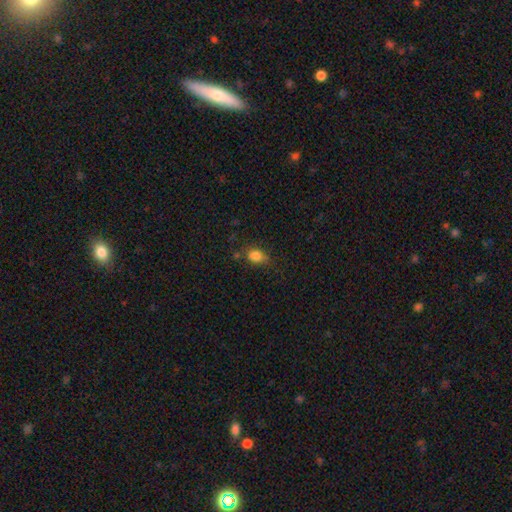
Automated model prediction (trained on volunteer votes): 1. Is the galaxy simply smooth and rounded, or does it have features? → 81% smooth, 12% star or artifact, 7% featured or disk.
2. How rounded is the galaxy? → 69% in between, 29% round, 2% cigar-shaped.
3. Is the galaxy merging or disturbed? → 64% none, 23% minor disturbance, 7% major disturbance, 6% merger.